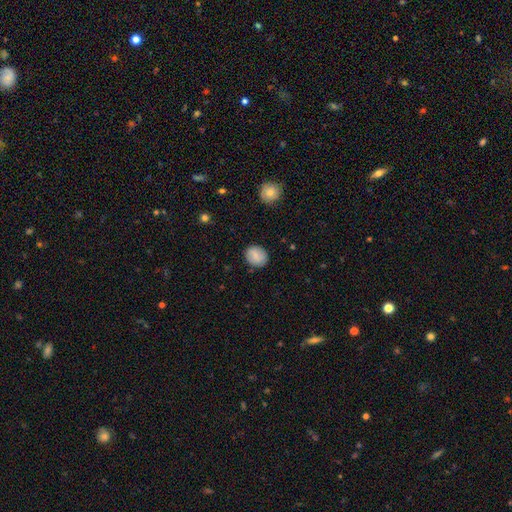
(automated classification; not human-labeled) Smooth or featured: smooth — 83% (featured or disk — 10%)
How rounded: round — 63% (in between — 36%)
Merging: none — 86% (minor disturbance — 10%)